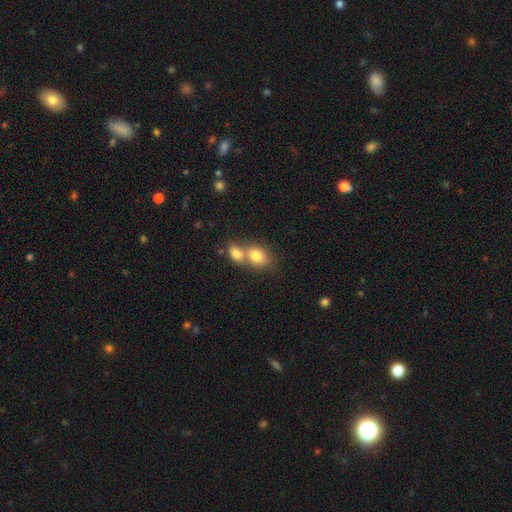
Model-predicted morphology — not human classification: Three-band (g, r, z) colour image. It shows a smooth galaxy with no disk features (79%) that is in between round and cigar-shaped (66%). Merging: merger (60%).